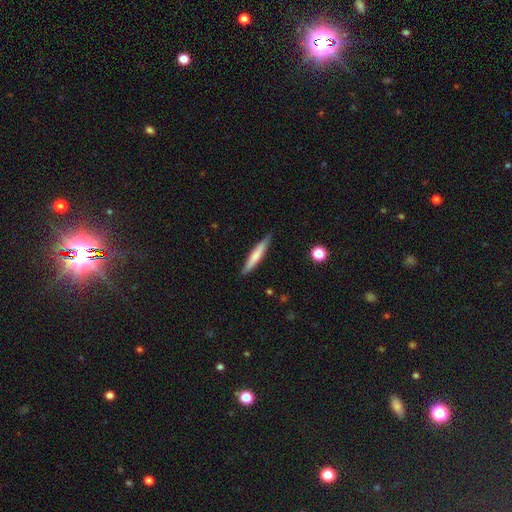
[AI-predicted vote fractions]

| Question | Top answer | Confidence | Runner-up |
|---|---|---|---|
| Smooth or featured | smooth | 66% | featured or disk (28%) |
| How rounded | cigar-shaped | 92% | in between (6%) |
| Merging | none | 85% | minor disturbance (12%) |